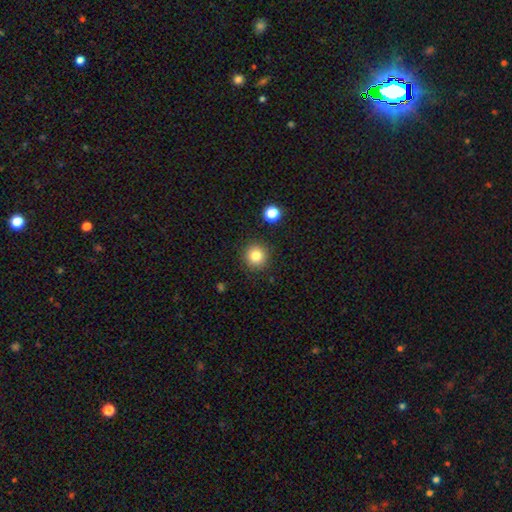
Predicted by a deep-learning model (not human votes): smooth_or_featured: smooth (p=0.82) [alt: star or artifact p=0.11]
how_rounded: round (p=0.95) [alt: in between p=0.04]
merging: none (p=0.90) [alt: minor disturbance p=0.06]